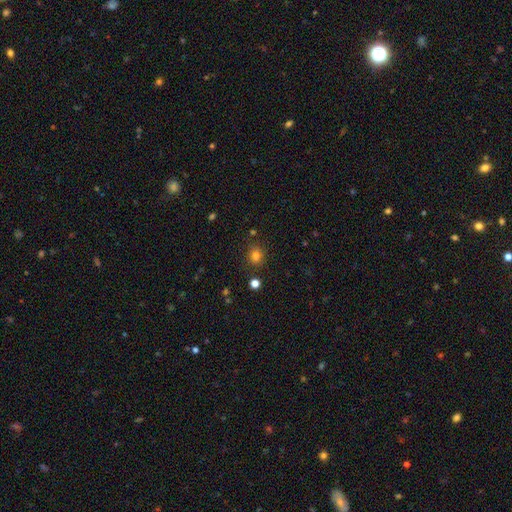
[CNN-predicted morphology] smooth_or_featured: smooth (p=0.79) [alt: star or artifact p=0.15]
how_rounded: round (p=0.82) [alt: in between p=0.17]
merging: none (p=0.86) [alt: minor disturbance p=0.08]